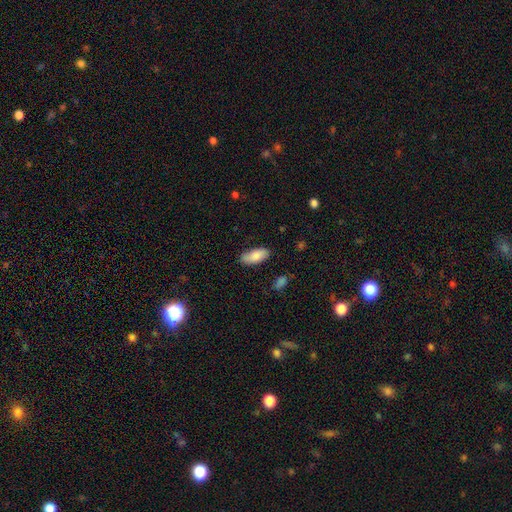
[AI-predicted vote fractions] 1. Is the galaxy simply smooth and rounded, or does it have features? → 83% smooth, 11% featured or disk, 6% star or artifact.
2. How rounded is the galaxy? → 88% in between, 10% cigar-shaped, 2% round.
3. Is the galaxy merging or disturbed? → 82% none, 14% minor disturbance, 3% major disturbance, 1% merger.